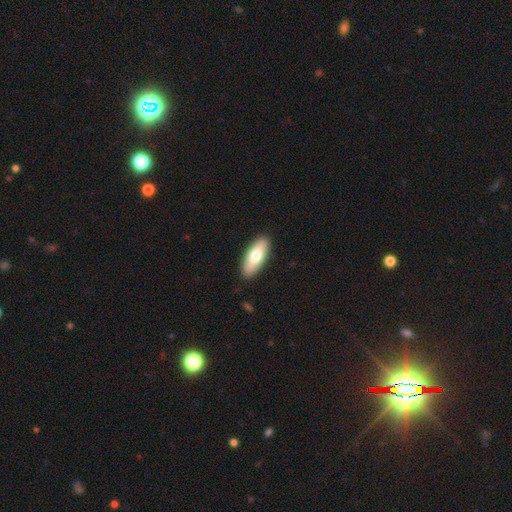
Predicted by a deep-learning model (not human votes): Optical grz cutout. It shows a smooth galaxy with no disk features (72%) that is in between round and cigar-shaped (74%). Merging: none (90%).